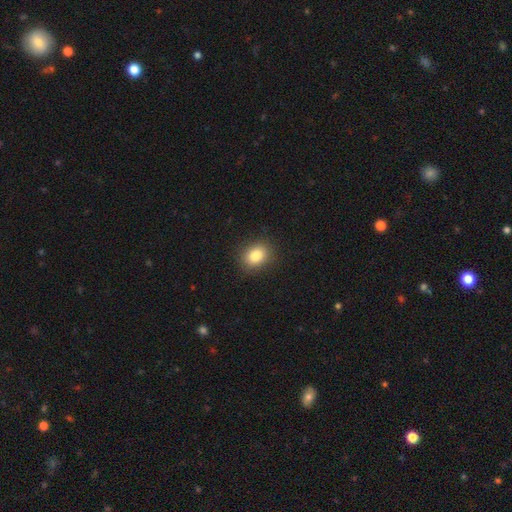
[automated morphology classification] This appears to be a smooth galaxy with no disk features (83%) that is in between round and cigar-shaped (53%). Merging: none (89%).